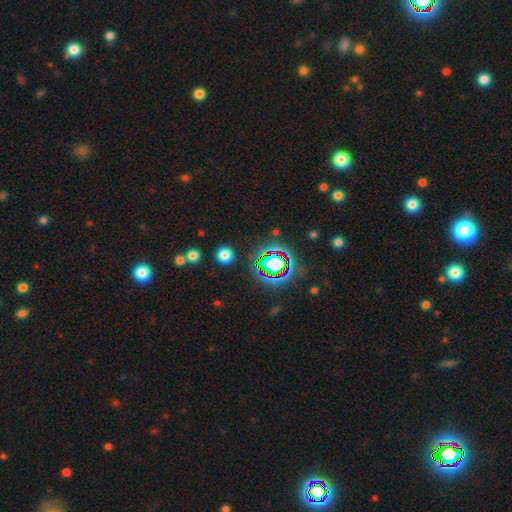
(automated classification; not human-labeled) A star or artifact, not a galaxy (76%).

Vote fractions:
- Smooth or featured? star or artifact: 76% / smooth: 15% / featured or disk: 10%